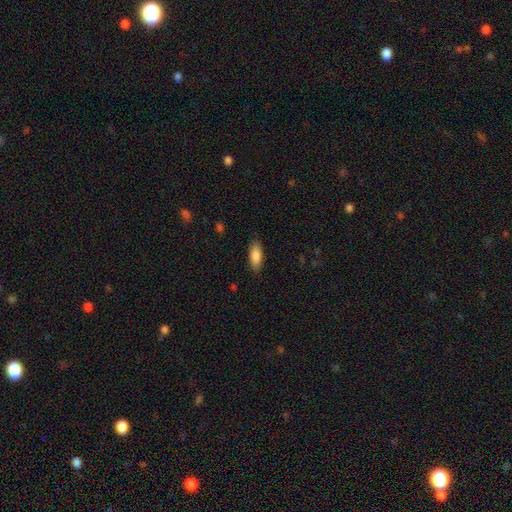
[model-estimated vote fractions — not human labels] smooth_or_featured: smooth (p=0.86) [alt: featured or disk p=0.08]
how_rounded: in between (p=0.74) [alt: cigar-shaped p=0.24]
merging: none (p=0.87) [alt: minor disturbance p=0.10]